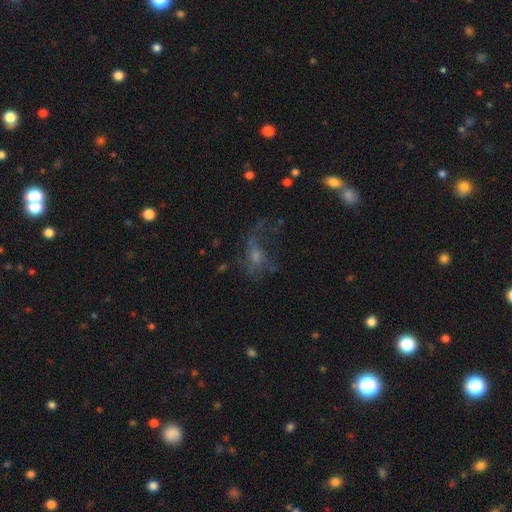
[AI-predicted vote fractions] A featured or disk galaxy (50%). Merging: none (40%).